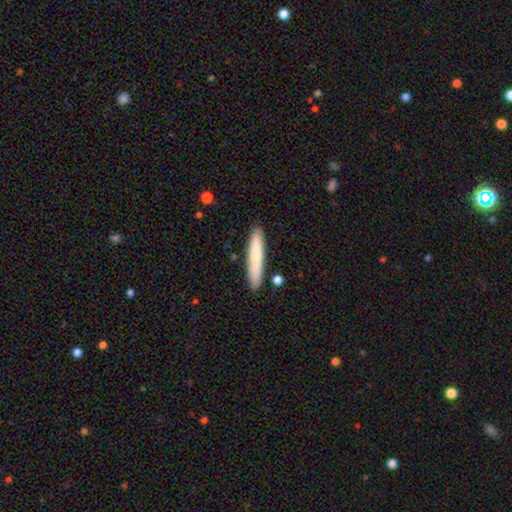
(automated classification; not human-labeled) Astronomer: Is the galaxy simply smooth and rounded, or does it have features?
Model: smooth — 75%.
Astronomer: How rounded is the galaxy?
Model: cigar-shaped — 93%.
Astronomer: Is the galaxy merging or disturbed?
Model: none — 87%.